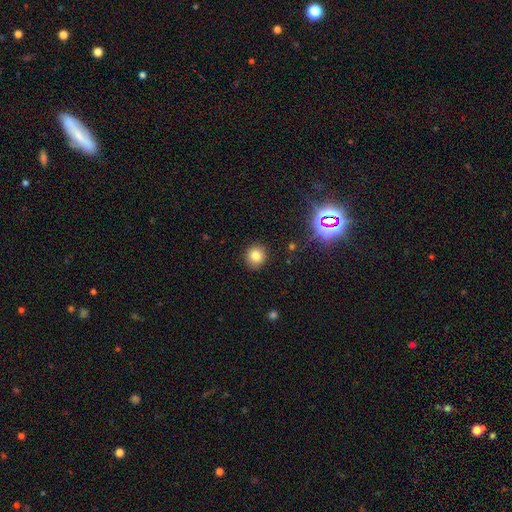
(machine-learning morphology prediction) smooth 79%, star or artifact 14%, featured or disk 7%. Down the decision tree: how rounded — round (89%); merging — none (90%).